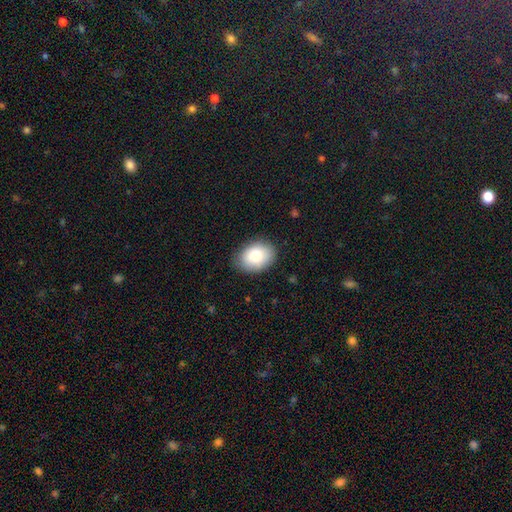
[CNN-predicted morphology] Smooth or featured?
  - smooth: 83% *
  - featured or disk: 9%
  - star or artifact: 7%
How rounded?
  - in between: 79% *
  - round: 20%
  - cigar-shaped: 1%
Merging?
  - none: 83% *
  - minor disturbance: 13%
  - major disturbance: 3%
  - merger: 1%